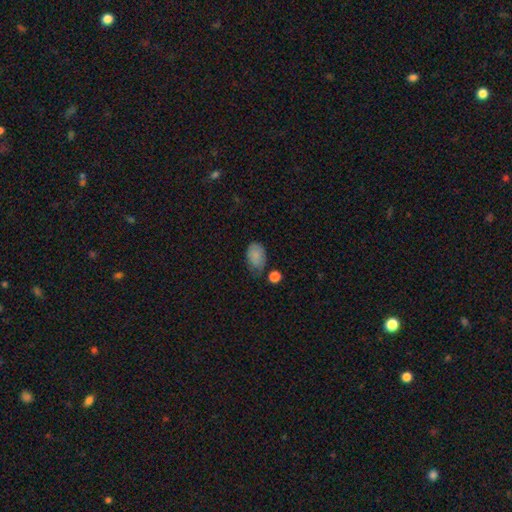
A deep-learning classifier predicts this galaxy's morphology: type=smooth (82%); roundness=in between (85%); merging=none (53%).